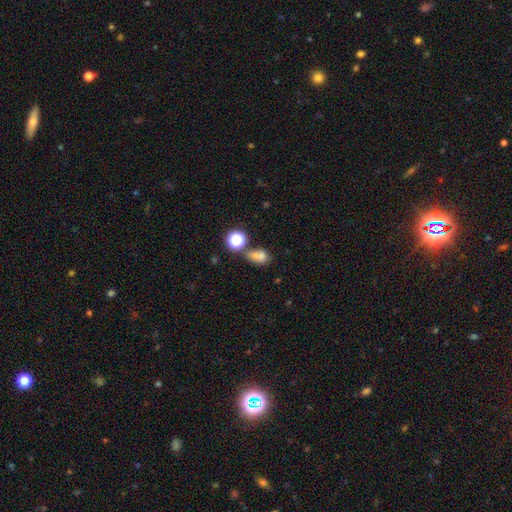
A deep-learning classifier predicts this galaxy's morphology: A smooth galaxy with no disk features (71%) that is in between round and cigar-shaped (69%). Merging: none (47%).